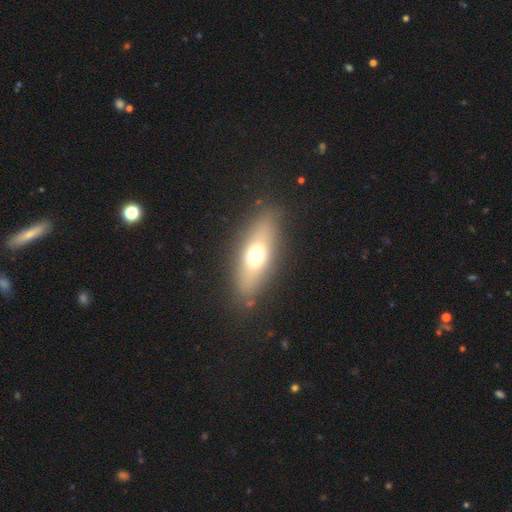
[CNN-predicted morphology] This appears to be a smooth galaxy with no disk features (60%) that is in between round and cigar-shaped (60%). Merging: none (85%).